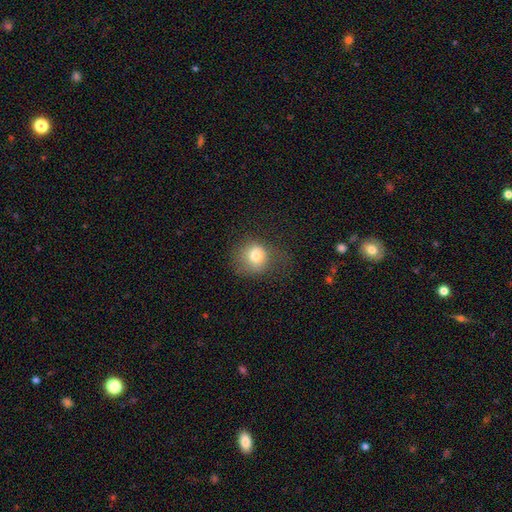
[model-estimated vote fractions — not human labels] A smooth galaxy with no disk features (77%) that is round (79%). Merging: none (54%).